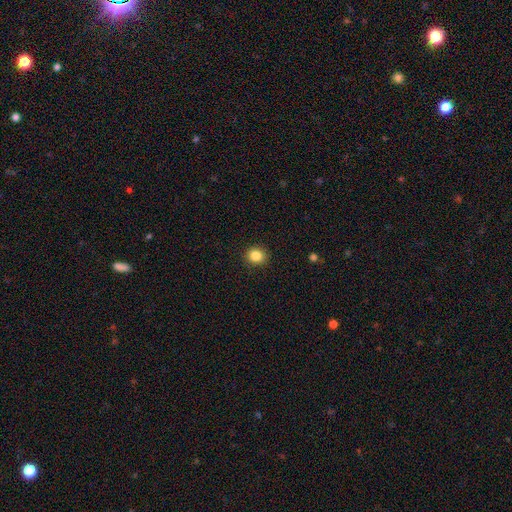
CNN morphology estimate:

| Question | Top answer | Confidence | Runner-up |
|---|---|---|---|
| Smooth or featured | smooth | 85% | star or artifact (11%) |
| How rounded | round | 84% | in between (15%) |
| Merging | none | 91% | minor disturbance (6%) |